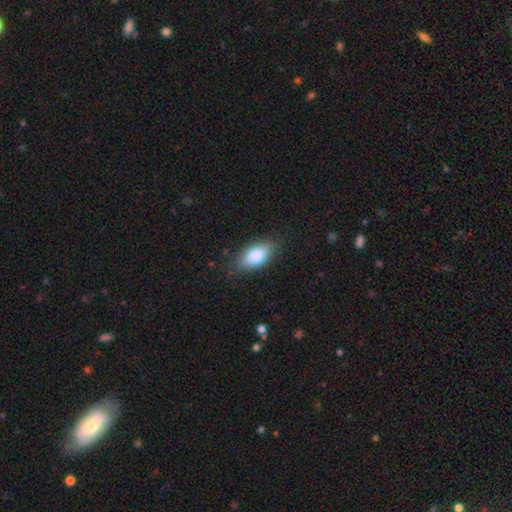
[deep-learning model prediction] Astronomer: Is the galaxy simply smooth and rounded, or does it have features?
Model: smooth — 84%.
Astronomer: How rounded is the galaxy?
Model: in between — 90%.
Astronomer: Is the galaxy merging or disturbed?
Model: none — 80%.